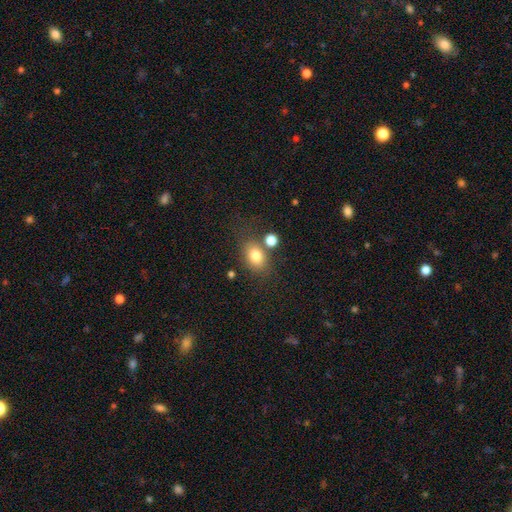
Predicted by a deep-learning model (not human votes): smooth_or_featured: smooth (p=0.79) [alt: star or artifact p=0.11]
how_rounded: in between (p=0.71) [alt: round p=0.27]
merging: none (p=0.66) [alt: minor disturbance p=0.14]